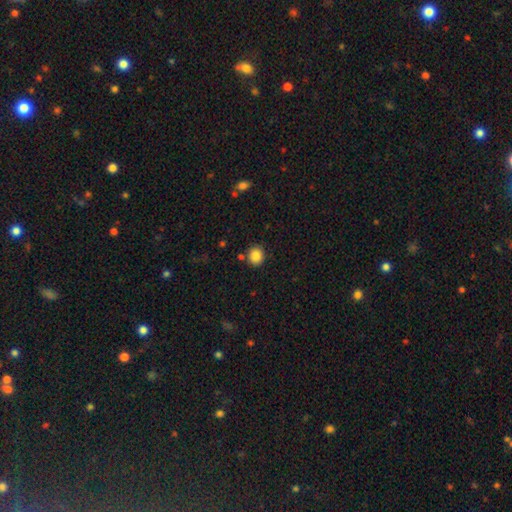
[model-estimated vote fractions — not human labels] Smooth or featured: smooth — 85% (star or artifact — 10%)
How rounded: round — 87% (in between — 13%)
Merging: none — 85% (minor disturbance — 8%)